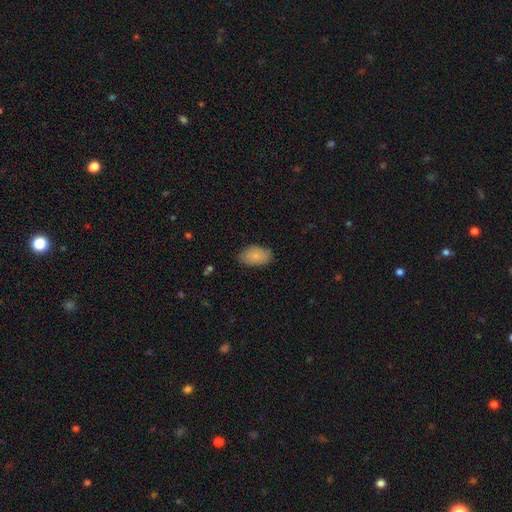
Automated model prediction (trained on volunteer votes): Smooth or featured? Predicted: smooth (p=0.84). How rounded? Predicted: in between (p=0.91). Merging? Predicted: none (p=0.79).